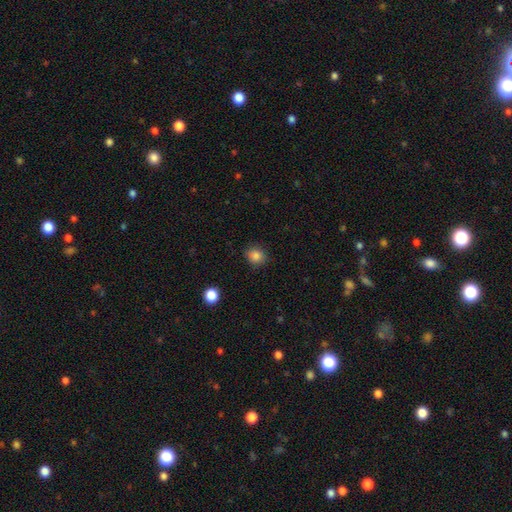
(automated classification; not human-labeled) smooth 84%, star or artifact 11%, featured or disk 4%. Down the decision tree: how rounded — round (81%); merging — none (86%).